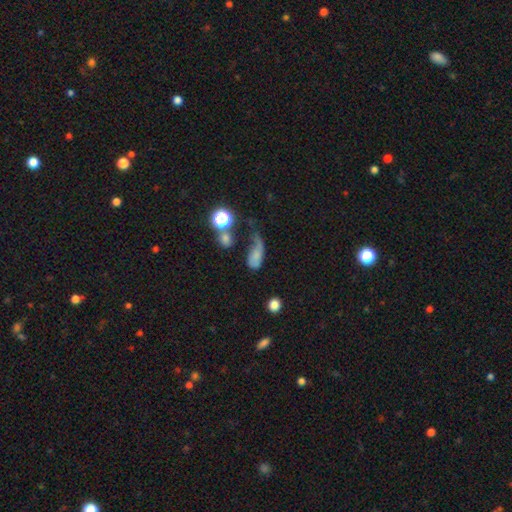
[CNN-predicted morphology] Smooth or featured? smooth (61%)
How rounded? in between (78%)
Merging? major disturbance (42%)